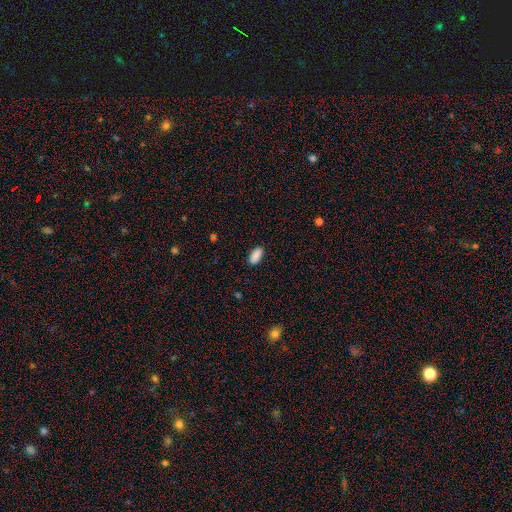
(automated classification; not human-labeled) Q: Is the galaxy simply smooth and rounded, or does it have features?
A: smooth — 89%.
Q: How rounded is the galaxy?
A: in between — 90%.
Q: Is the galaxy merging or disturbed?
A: none — 88%.